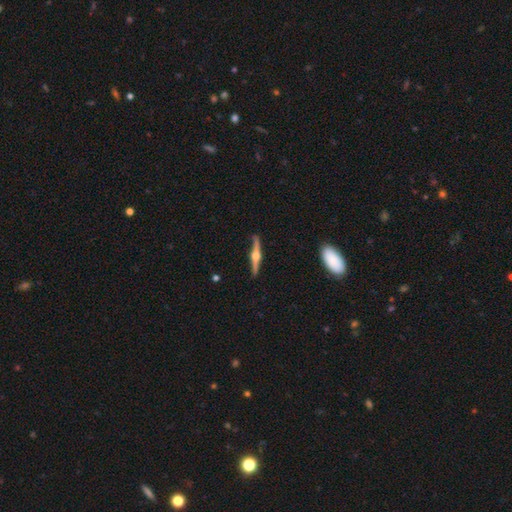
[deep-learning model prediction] Q: Smooth or featured?
A: featured or disk (80%); runner-up: smooth (15%)
Q: Edge-on disk?
A: yes (98%); runner-up: no (2%)
Q: Edge-on bulge?
A: rounded (95%); runner-up: boxy (4%)
Q: Merging?
A: none (87%); runner-up: minor disturbance (9%)